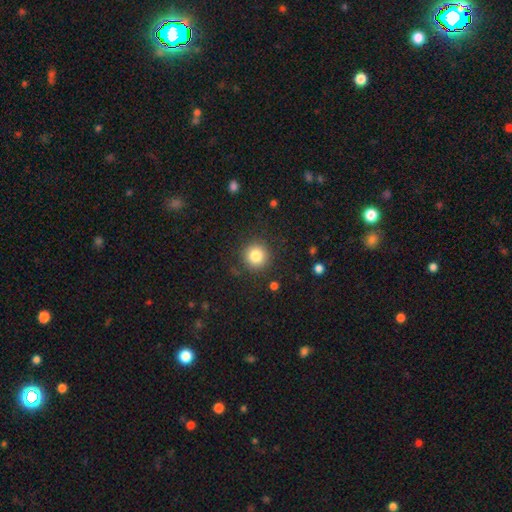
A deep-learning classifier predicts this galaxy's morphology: A smooth galaxy with no disk features (82%) that is round (95%). Merging: none (89%).